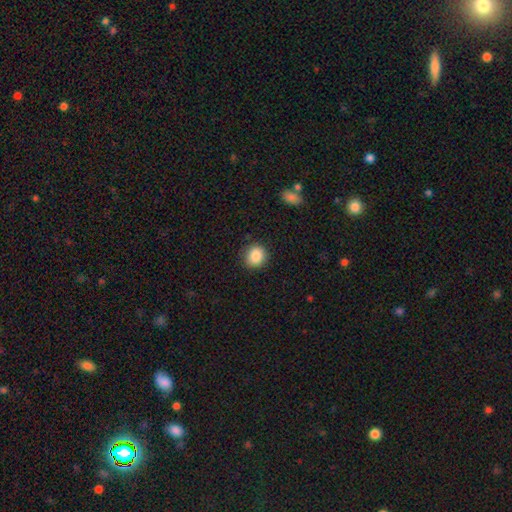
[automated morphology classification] This appears to be a smooth galaxy with no disk features (87%) that is round (82%). Merging: none (87%).